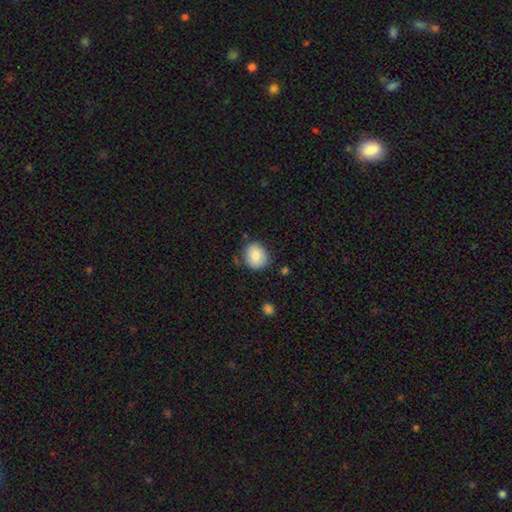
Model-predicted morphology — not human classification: Overall: smooth (82%). How rounded: round (72%). Merging: none (80%).